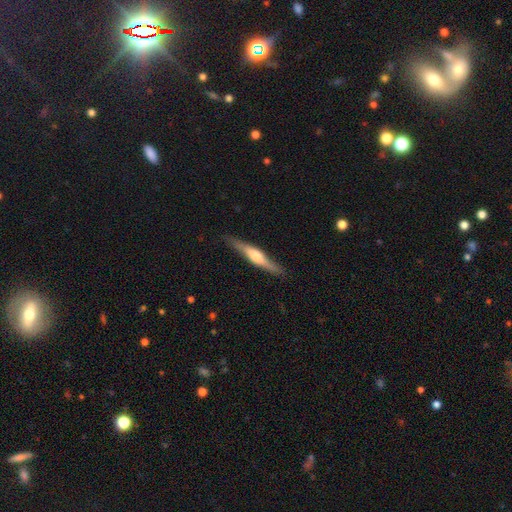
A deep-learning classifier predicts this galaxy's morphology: smooth_or_featured: featured or disk (p=0.62) [alt: smooth p=0.32]
disk_edge_on: yes (p=0.94) [alt: no p=0.06]
edge_on_bulge: rounded (p=0.78) [alt: boxy p=0.15]
merging: none (p=0.84) [alt: minor disturbance p=0.12]